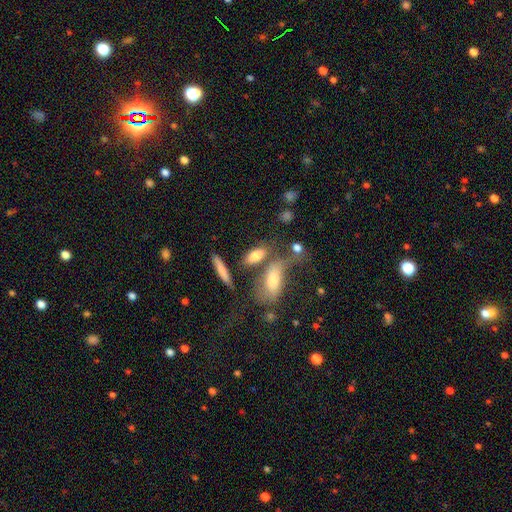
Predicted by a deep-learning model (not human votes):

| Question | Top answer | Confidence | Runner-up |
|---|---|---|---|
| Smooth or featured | smooth | 75% | featured or disk (16%) |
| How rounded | in between | 77% | cigar-shaped (18%) |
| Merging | none | 52% | merger (25%) |